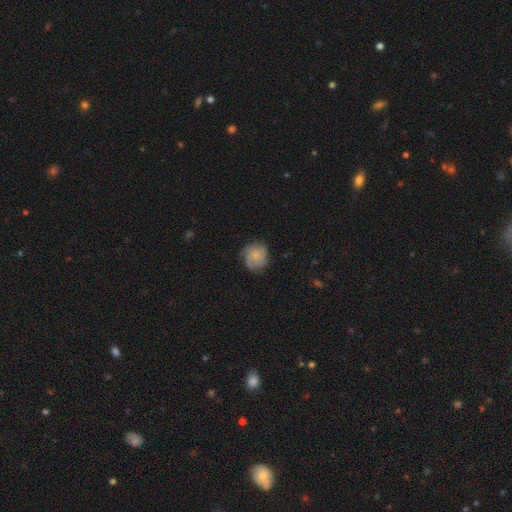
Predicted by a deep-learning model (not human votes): smooth_or_featured: featured or disk (p=0.52) [alt: smooth p=0.40]
disk_edge_on: no (p=0.98) [alt: yes p=0.02]
bar: no (p=0.80) [alt: weak p=0.18]
has_spiral_arms: yes (p=0.88) [alt: no p=0.12]
bulge_size: small (p=0.63) [alt: moderate p=0.19]
merging: none (p=0.65) [alt: minor disturbance p=0.23]